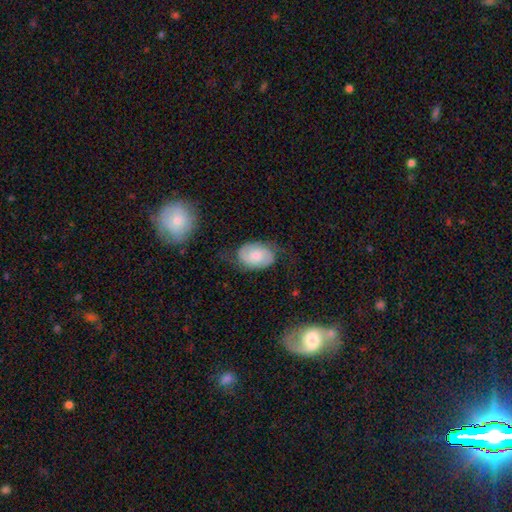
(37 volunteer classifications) Morphology: type=smooth (51%); roundness=in between (79%); merging=none (63%).